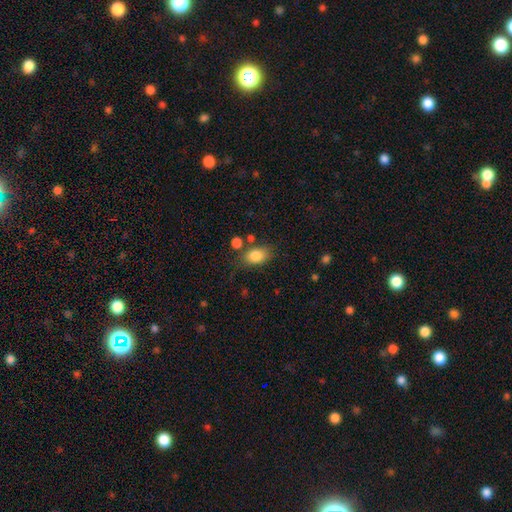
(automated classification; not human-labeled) smooth-or-featured: smooth: 83% | star or artifact: 9% | featured or disk: 8%
  how-rounded: in between: 79% | round: 19% | cigar-shaped: 2%
  merging: none: 70% | minor disturbance: 16% | merger: 9% | major disturbance: 5%